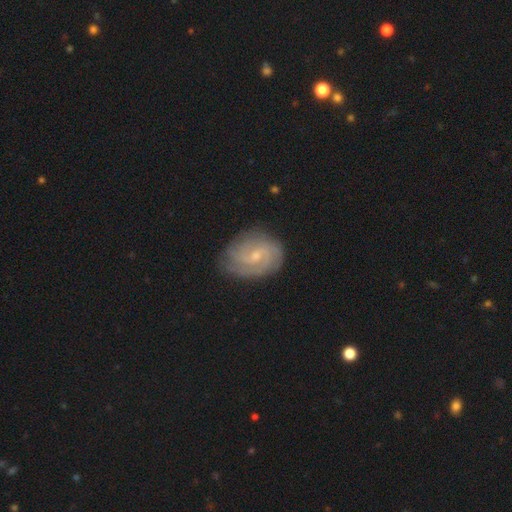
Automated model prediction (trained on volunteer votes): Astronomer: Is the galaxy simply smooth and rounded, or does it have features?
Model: featured or disk — 78%.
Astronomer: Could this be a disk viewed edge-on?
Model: no — 97%.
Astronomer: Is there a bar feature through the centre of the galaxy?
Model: weak — 51% (runner-up: no, 42%).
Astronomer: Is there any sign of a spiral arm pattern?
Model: yes — 95%.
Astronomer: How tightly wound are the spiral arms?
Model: tight — 56% (runner-up: medium, 34%).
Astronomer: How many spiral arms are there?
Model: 2 — 32% (runner-up: can't tell, 30%).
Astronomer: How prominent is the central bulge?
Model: small — 63%.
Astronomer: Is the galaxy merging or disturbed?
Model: none — 77%.